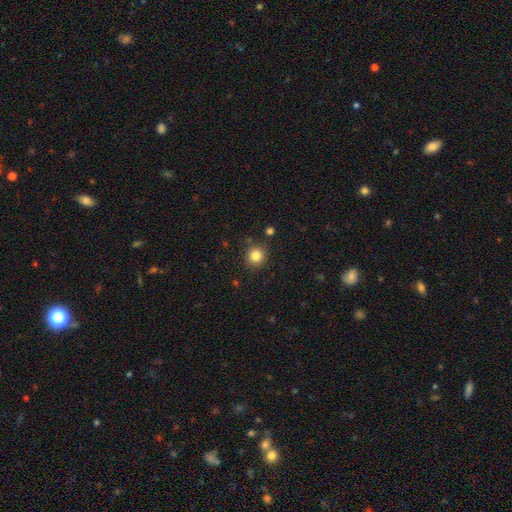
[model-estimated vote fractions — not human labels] This is clearly a smooth galaxy (83%). How rounded: clearly round (91%). Merging: clearly none (88%).